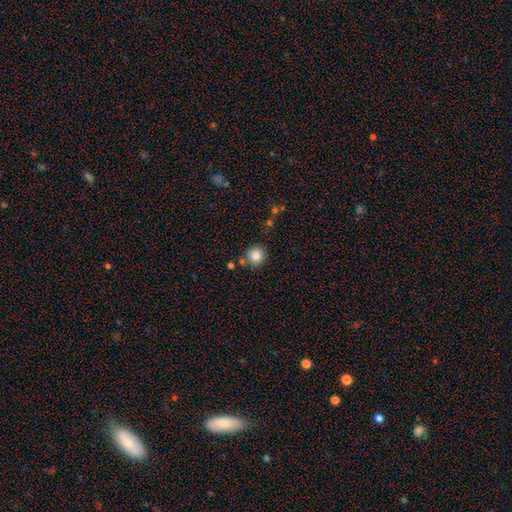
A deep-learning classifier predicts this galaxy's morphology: type=smooth (82%); roundness=round (92%); merging=none (80%).